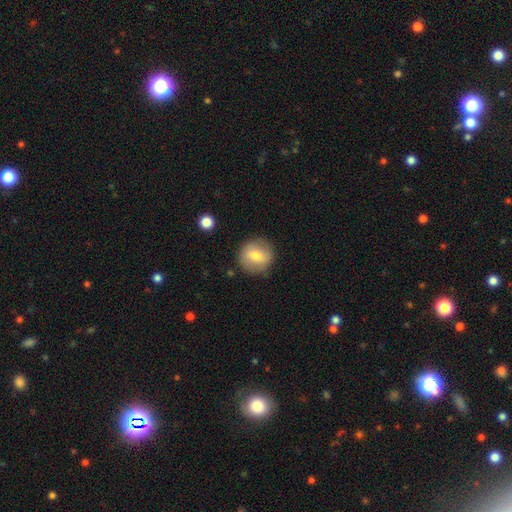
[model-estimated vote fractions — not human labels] Morphology: type=smooth (67%); roundness=round (90%); merging=none (83%).